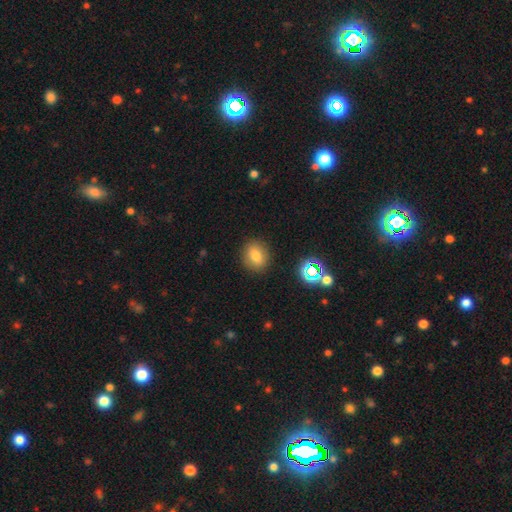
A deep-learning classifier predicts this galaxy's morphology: type=smooth (75%); roundness=round (65%); merging=none (87%).